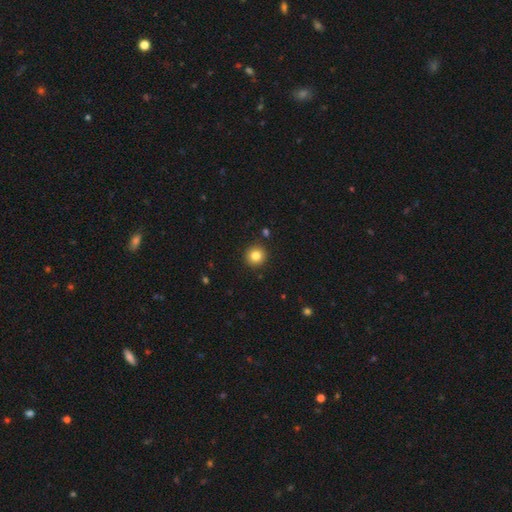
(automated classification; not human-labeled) Smooth or featured?
  - smooth: 82% *
  - star or artifact: 11%
  - featured or disk: 7%
How rounded?
  - round: 94% *
  - in between: 5%
  - cigar-shaped: 1%
Merging?
  - none: 91% *
  - minor disturbance: 5%
  - merger: 2%
  - major disturbance: 2%